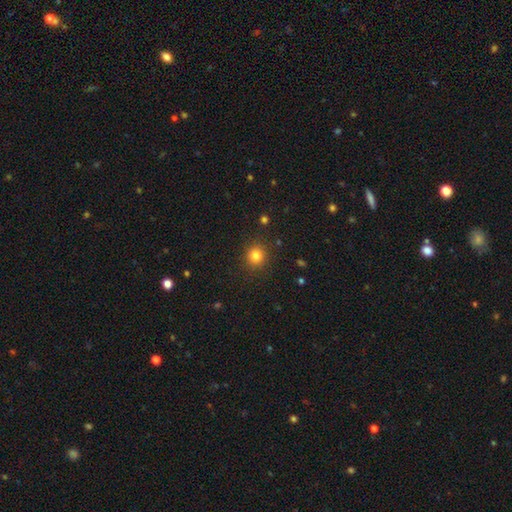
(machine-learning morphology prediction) Smooth or featured? smooth (81%)
How rounded? round (90%)
Merging? none (89%)